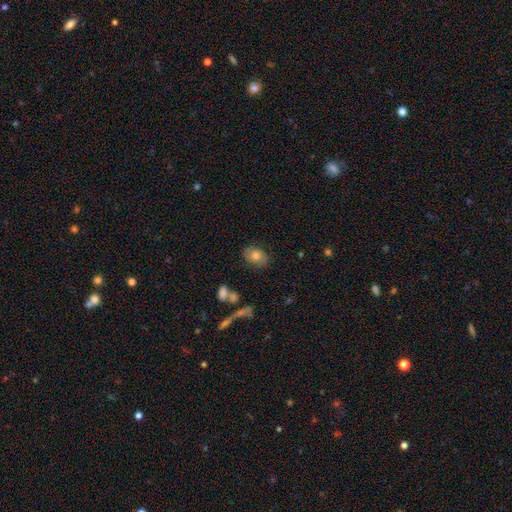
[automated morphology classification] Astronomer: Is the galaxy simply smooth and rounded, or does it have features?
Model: smooth — 71%.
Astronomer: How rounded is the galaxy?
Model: in between — 75%.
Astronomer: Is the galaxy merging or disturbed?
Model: none — 77%.